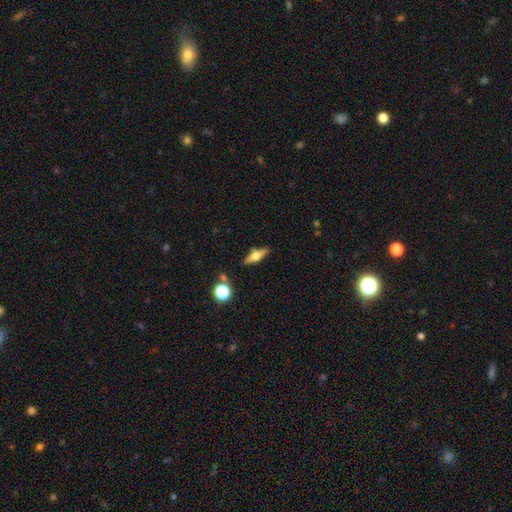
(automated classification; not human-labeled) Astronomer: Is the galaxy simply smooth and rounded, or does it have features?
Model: featured or disk — 52% (runner-up: smooth, 40%).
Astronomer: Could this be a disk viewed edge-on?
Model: yes — 92%.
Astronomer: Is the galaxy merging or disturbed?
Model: none — 85%.